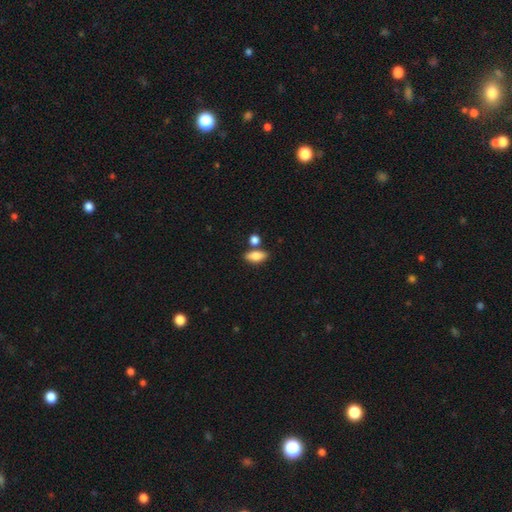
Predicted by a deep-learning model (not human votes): smooth_or_featured: smooth (p=0.80) [alt: featured or disk p=0.13]
how_rounded: in between (p=0.82) [alt: cigar-shaped p=0.13]
merging: none (p=0.69) [alt: merger p=0.15]